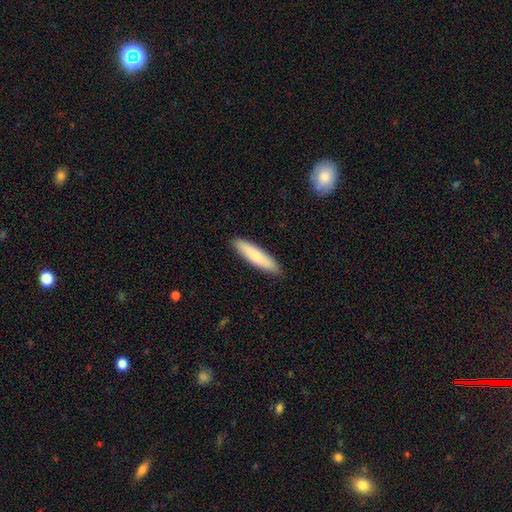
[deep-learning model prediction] This is likely a smooth galaxy (78%). How rounded: clearly cigar-shaped (81%). Merging: clearly none (90%).